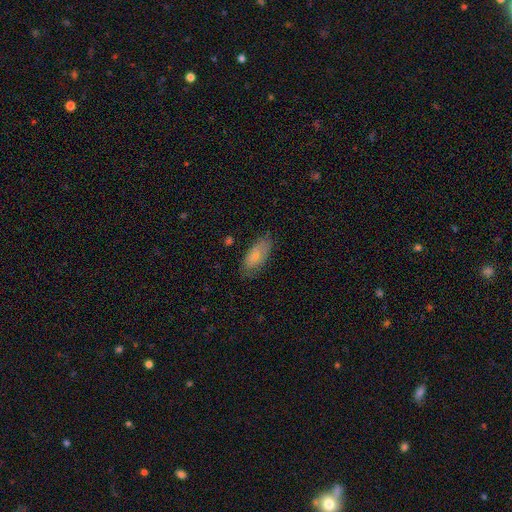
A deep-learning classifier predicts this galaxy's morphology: A smooth galaxy with no disk features (72%) that is in between round and cigar-shaped (87%). Merging: none (72%).